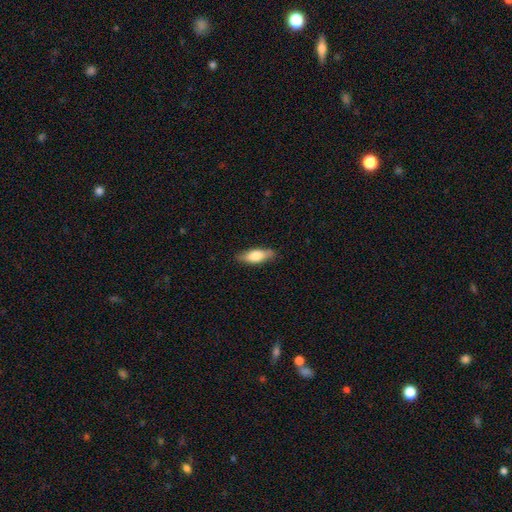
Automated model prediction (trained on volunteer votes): The model was most divided on "how rounded": in between: 66%, cigar-shaped: 32%, round: 2%. More confident: merging — none (81%); smooth or featured — smooth (70%).